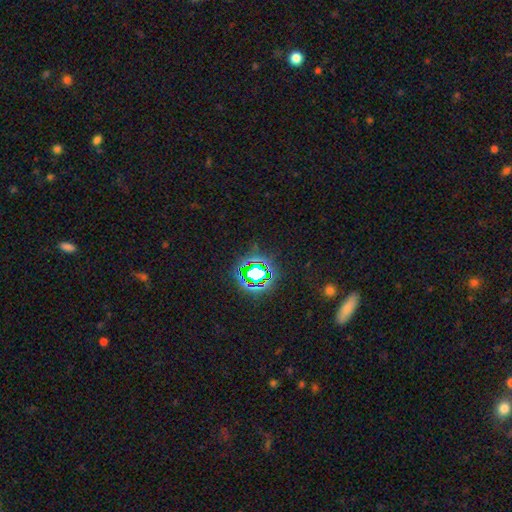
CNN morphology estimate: Smooth or featured?
  - star or artifact: 76% *
  - smooth: 15%
  - featured or disk: 8%